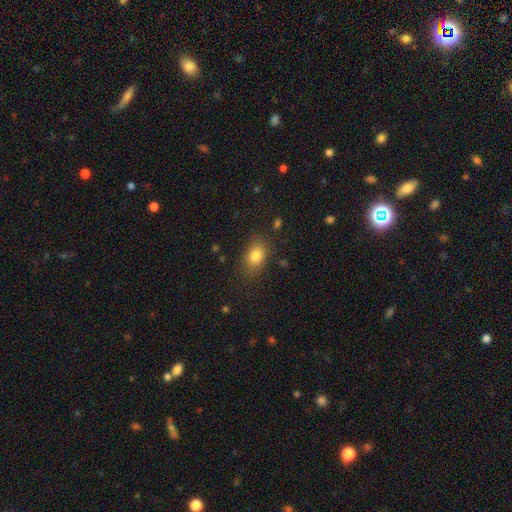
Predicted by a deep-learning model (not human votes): smooth 81%, star or artifact 10%, featured or disk 9%. Down the decision tree: how rounded — in between (77%); merging — none (81%).